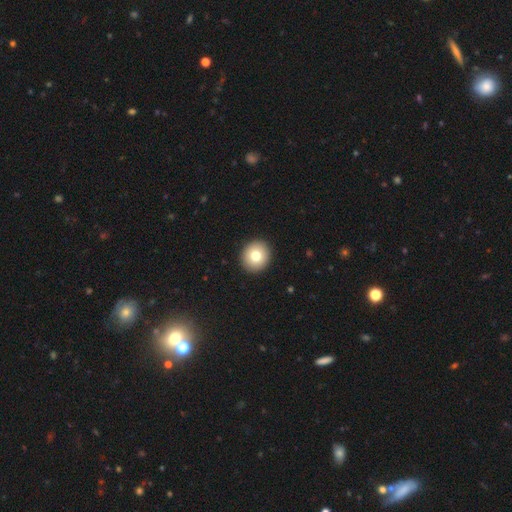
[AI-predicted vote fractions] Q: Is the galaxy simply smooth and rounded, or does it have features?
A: smooth — 76%.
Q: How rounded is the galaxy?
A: round — 90%.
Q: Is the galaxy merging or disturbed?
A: none — 93%.